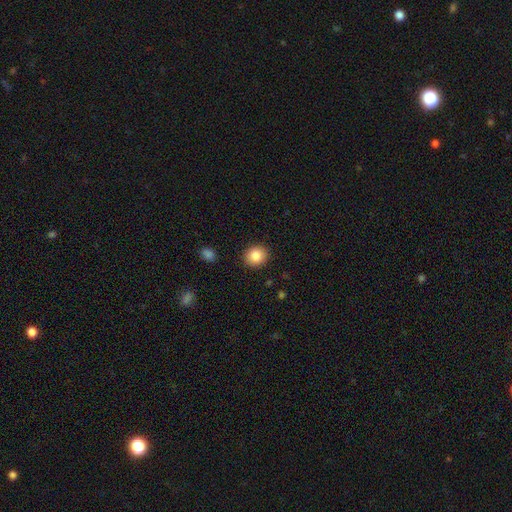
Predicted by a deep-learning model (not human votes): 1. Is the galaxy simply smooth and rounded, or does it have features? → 85% smooth, 9% star or artifact, 6% featured or disk.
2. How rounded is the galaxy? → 82% round, 17% in between, 1% cigar-shaped.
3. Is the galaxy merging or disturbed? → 91% none, 6% minor disturbance, 2% major disturbance, 1% merger.